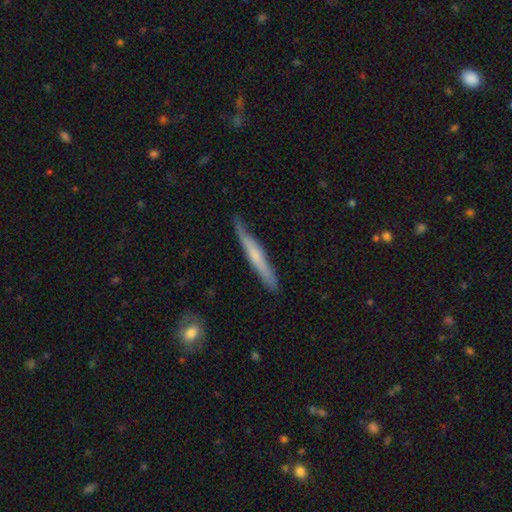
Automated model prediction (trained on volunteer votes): Smooth or featured? Predicted: smooth (p=0.49). Merging? Predicted: none (p=0.77).